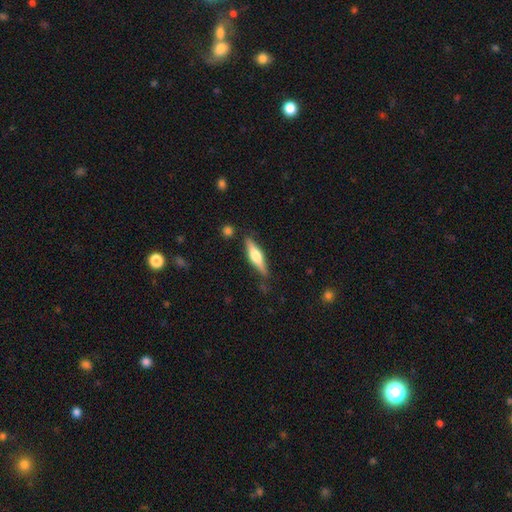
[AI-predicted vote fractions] featured or disk 54%, smooth 41%, star or artifact 6%. Down the decision tree: edge-on disk — yes (95%); edge-on bulge — rounded (87%); merging — none (82%).